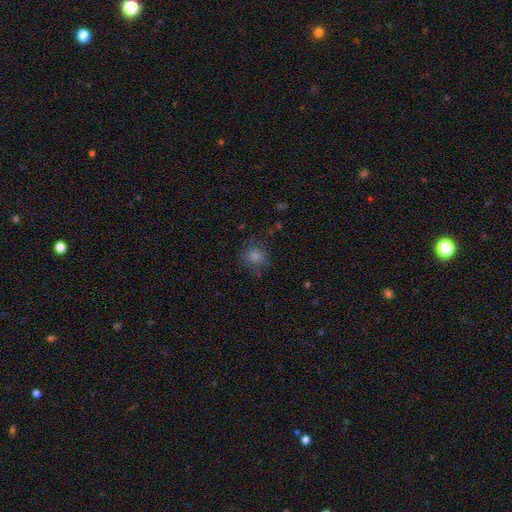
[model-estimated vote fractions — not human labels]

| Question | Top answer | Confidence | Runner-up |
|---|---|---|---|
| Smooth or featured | smooth | 66% | star or artifact (21%) |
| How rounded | round | 87% | in between (12%) |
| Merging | none | 77% | minor disturbance (15%) |